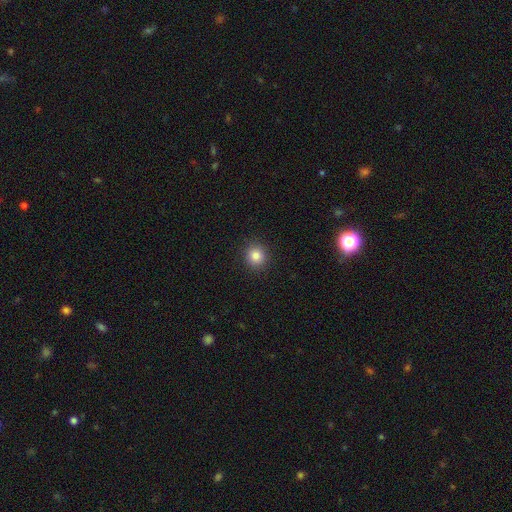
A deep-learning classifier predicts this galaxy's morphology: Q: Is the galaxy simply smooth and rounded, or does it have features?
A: smooth — 83%.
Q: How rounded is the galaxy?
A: round — 89%.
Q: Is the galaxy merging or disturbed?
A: none — 91%.